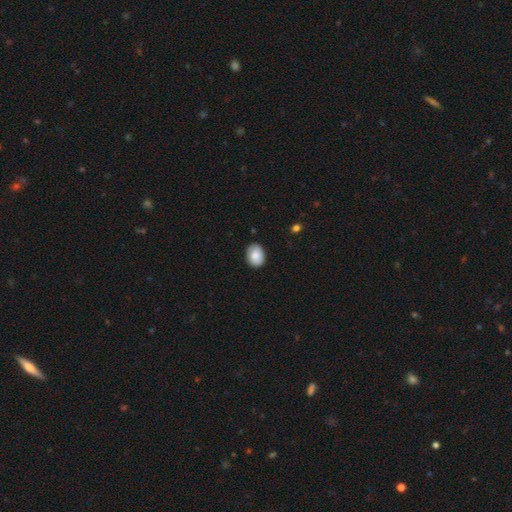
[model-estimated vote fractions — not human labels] This is clearly a smooth galaxy (86%). How rounded: likely in between (69%). Merging: clearly none (84%).